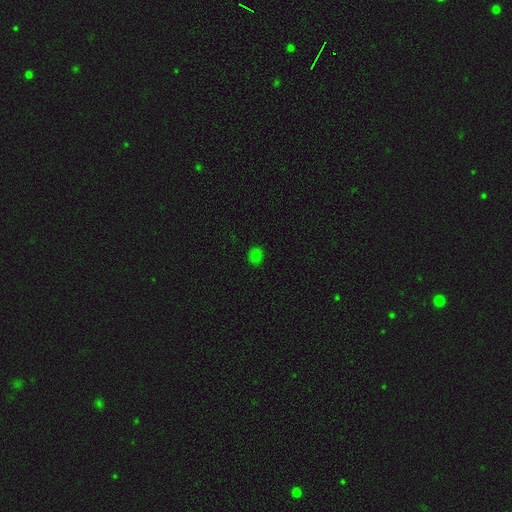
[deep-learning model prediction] This is likely a smooth galaxy (77%). How rounded: likely round (68%). Merging: clearly none (87%).